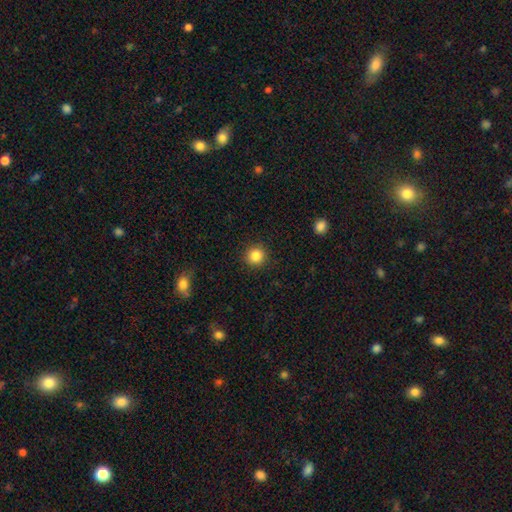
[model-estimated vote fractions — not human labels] This appears to be a smooth galaxy with no disk features (85%) that is round (94%). Merging: none (92%).